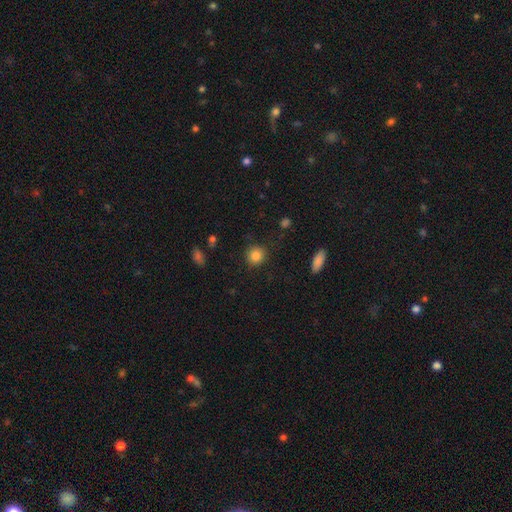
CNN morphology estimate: Smooth or featured?
  - smooth: 85% *
  - star or artifact: 10%
  - featured or disk: 5%
How rounded?
  - round: 89% *
  - in between: 10%
  - cigar-shaped: 1%
Merging?
  - none: 88% *
  - minor disturbance: 8%
  - major disturbance: 3%
  - merger: 1%